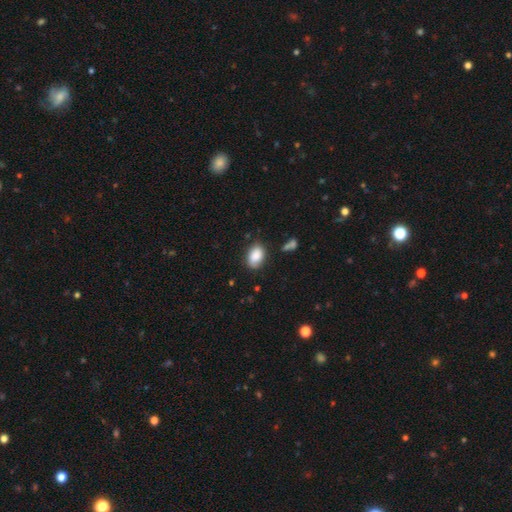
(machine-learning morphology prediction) The model was most divided on "merging": none: 74%, minor disturbance: 18%, major disturbance: 4%, merger: 3%. More confident: how rounded — in between (87%); smooth or featured — smooth (86%).